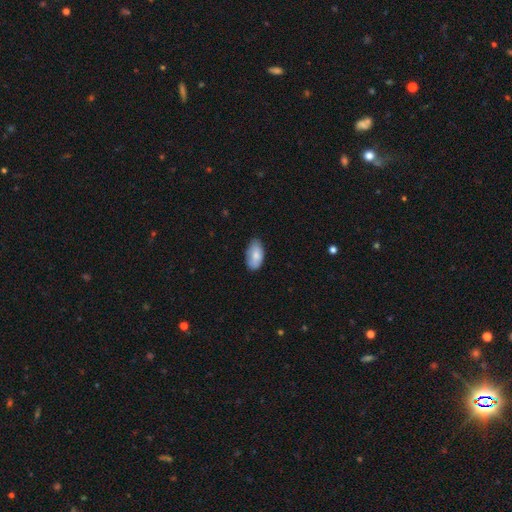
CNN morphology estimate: type=smooth (81%); roundness=in between (94%); merging=none (71%).